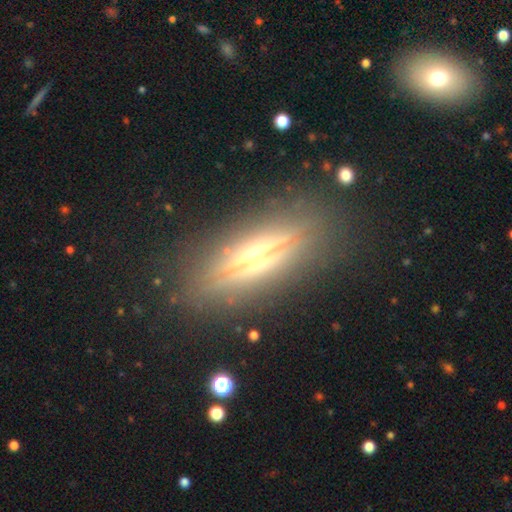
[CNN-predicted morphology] smooth-or-featured: featured or disk: 76% | smooth: 16% | star or artifact: 8%
  disk-edge-on: yes: 90% | no: 10%
    edge-on-bulge: rounded: 91% | none: 5% | boxy: 4%
  merging: none: 84% | minor disturbance: 10% | major disturbance: 4% | merger: 2%